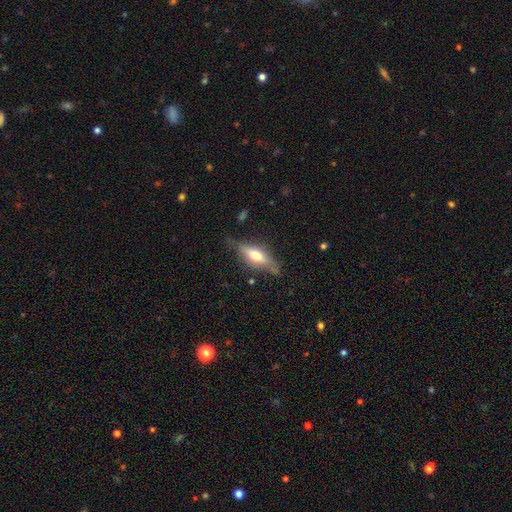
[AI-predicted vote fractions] Overall: featured or disk (48%; smooth 45%). Merging: none (69%).